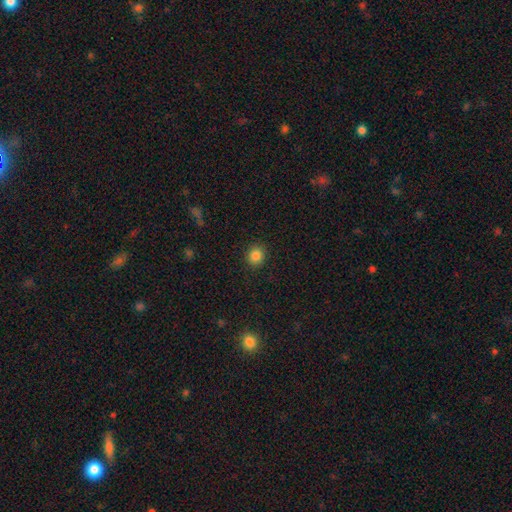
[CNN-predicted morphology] Smooth or featured? smooth (85%)
How rounded? round (85%)
Merging? none (91%)